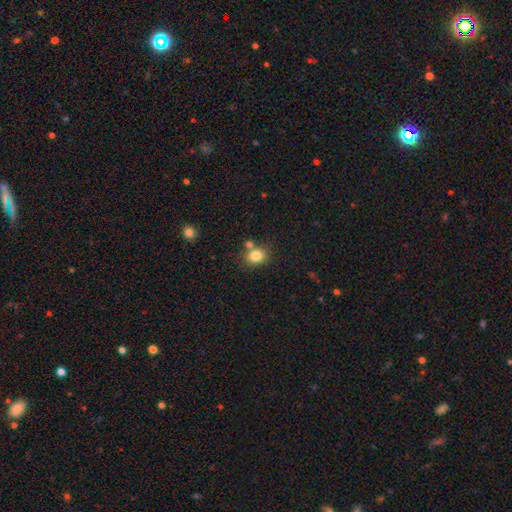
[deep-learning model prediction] The model was most divided on "how rounded": in between: 51%, round: 48%, cigar-shaped: 1%. More confident: smooth or featured — smooth (82%); merging — none (63%).